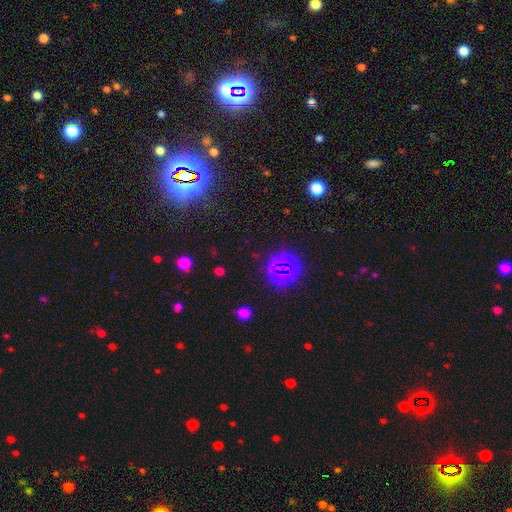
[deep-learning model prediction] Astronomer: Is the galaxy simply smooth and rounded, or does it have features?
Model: star or artifact — 67%.